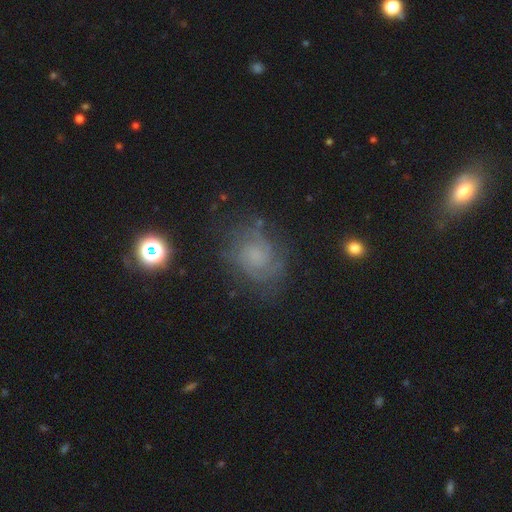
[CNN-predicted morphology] Smooth or featured? featured or disk (64%)
Edge-on disk? no (97%)
Bar? no (73%)
Spiral arms? yes (87%)
Spiral winding? tight (51%)
Spiral arm count? 2 (39%)
Bulge size? none (39%)
Merging? none (69%)